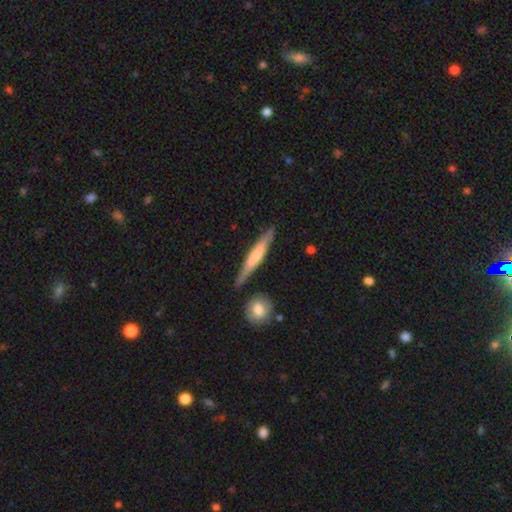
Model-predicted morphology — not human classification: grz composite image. It shows a smooth galaxy with no disk features (52%) that is cigar-shaped (92%). Merging: none (83%).